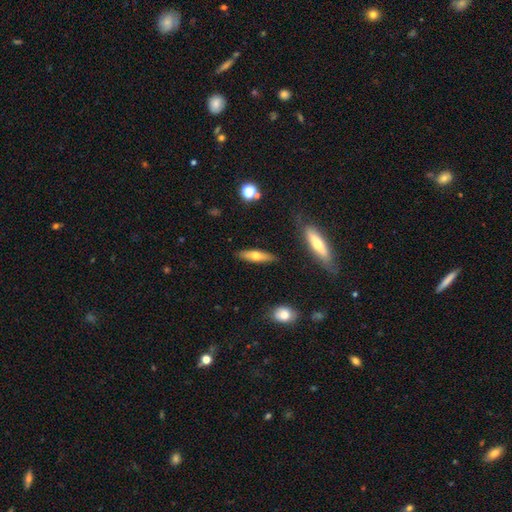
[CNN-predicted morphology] Q: Smooth or featured?
A: smooth (56%); runner-up: featured or disk (37%)
Q: How rounded?
A: cigar-shaped (65%); runner-up: in between (33%)
Q: Merging?
A: none (85%); runner-up: minor disturbance (10%)